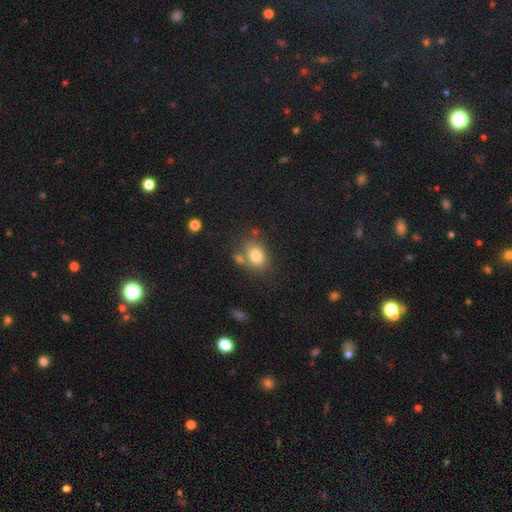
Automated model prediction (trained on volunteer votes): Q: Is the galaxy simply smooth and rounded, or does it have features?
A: smooth — 78%.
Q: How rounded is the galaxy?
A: in between — 61%.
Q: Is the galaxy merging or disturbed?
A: none — 65%.